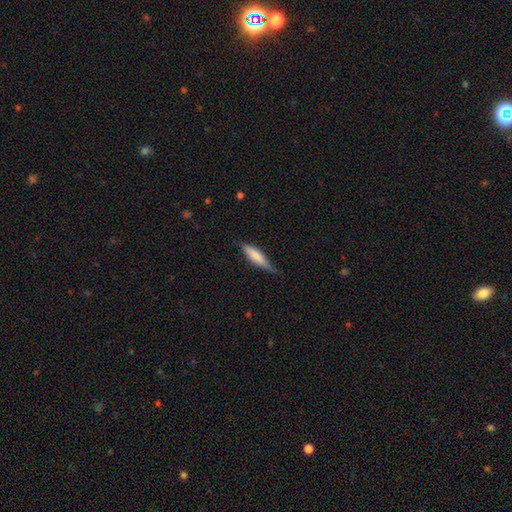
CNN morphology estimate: type=smooth (70%); roundness=cigar-shaped (72%); merging=none (63%).